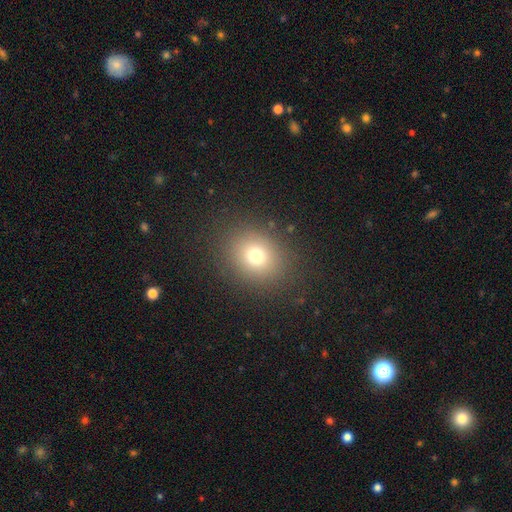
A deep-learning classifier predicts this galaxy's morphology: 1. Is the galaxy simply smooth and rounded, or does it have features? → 73% smooth, 17% star or artifact, 10% featured or disk.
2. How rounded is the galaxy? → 70% round, 29% in between, 1% cigar-shaped.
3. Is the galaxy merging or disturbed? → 86% none, 8% minor disturbance, 5% major disturbance, 1% merger.